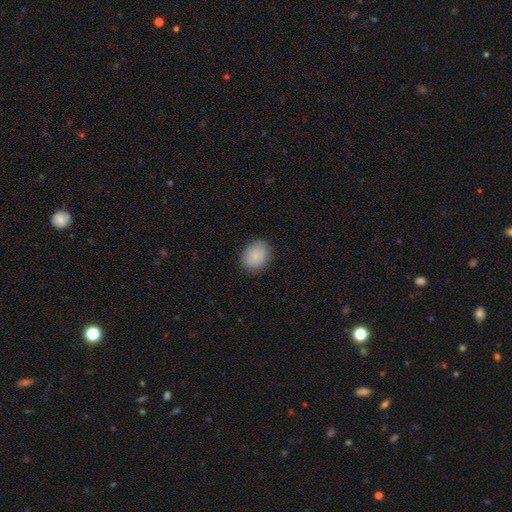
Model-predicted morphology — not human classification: This appears to be a smooth galaxy with no disk features (88%) that is round (58%). Merging: none (85%).